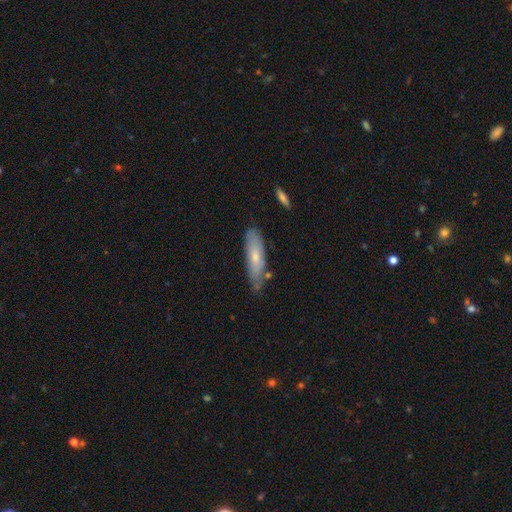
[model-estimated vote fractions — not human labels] Overall: smooth (56%; featured or disk 36%). How rounded: cigar-shaped (67%; in between 31%). Merging: none (70%).